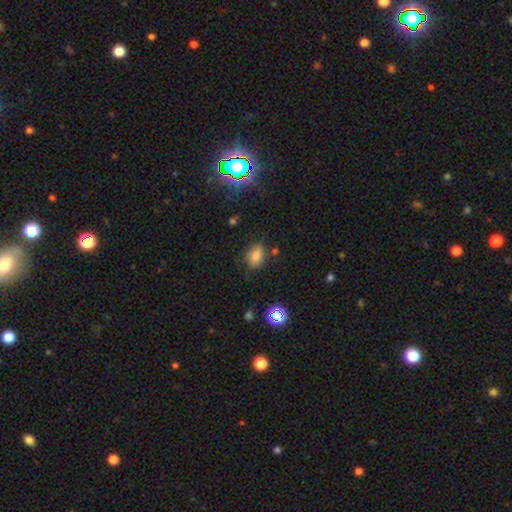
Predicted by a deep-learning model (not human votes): Smooth or featured? smooth (78%)
How rounded? in between (77%)
Merging? none (72%)